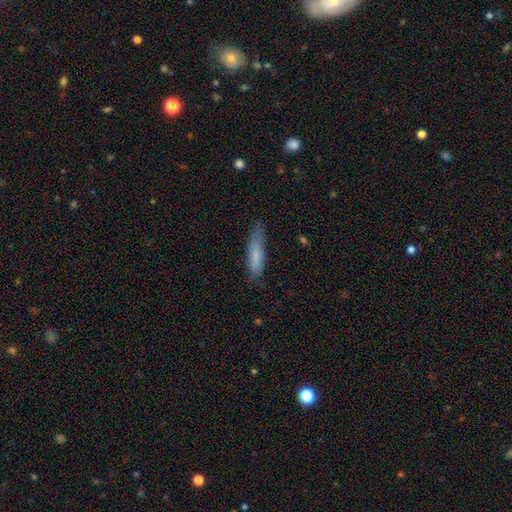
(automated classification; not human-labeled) Smooth or featured?
  - smooth: 73% *
  - featured or disk: 20%
  - star or artifact: 7%
How rounded?
  - cigar-shaped: 74% *
  - in between: 25%
  - round: 2%
Merging?
  - none: 66% *
  - minor disturbance: 25%
  - major disturbance: 7%
  - merger: 2%